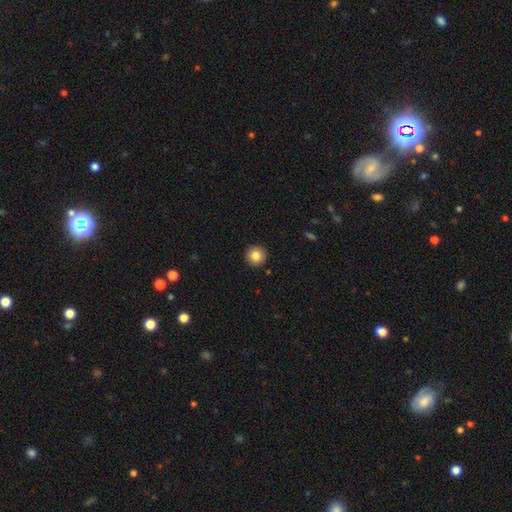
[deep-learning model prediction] This is clearly a smooth galaxy (83%). How rounded: clearly round (95%). Merging: clearly none (93%).